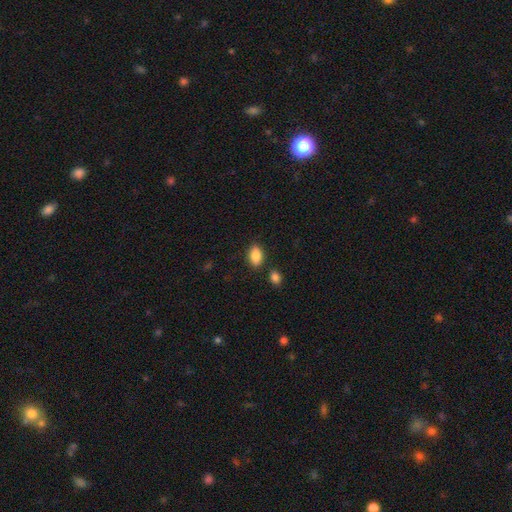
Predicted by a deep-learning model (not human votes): Smooth or featured: smooth — 88% (star or artifact — 7%)
How rounded: in between — 90% (round — 8%)
Merging: none — 82% (minor disturbance — 10%)